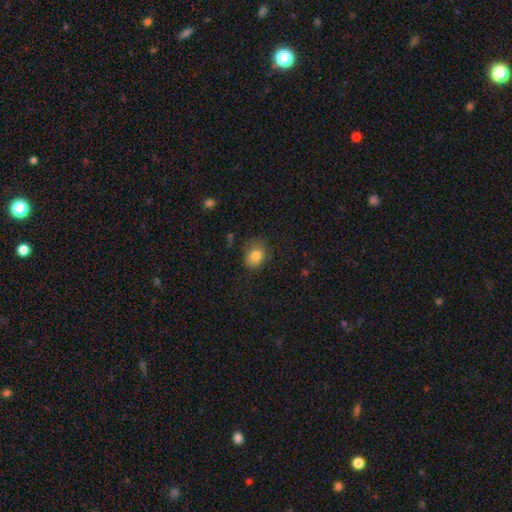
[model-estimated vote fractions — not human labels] This is clearly a smooth galaxy (81%). How rounded: possibly in between (53%). Merging: likely none (63%).